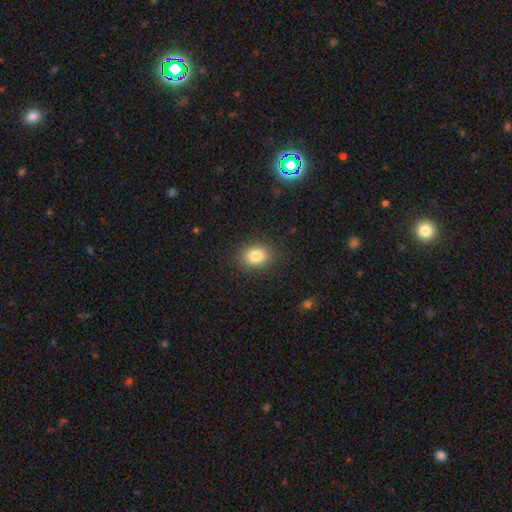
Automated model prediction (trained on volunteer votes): smooth_or_featured: smooth (p=0.83) [alt: star or artifact p=0.10]
how_rounded: in between (p=0.52) [alt: round p=0.47]
merging: none (p=0.88) [alt: minor disturbance p=0.09]